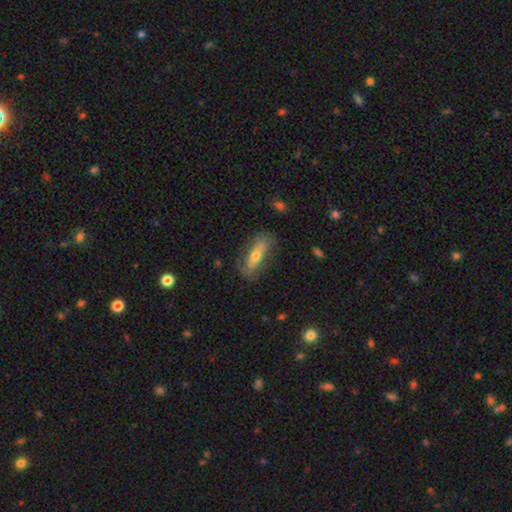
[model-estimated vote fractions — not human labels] smooth_or_featured: smooth (p=0.48) [alt: featured or disk p=0.46]
merging: none (p=0.73) [alt: minor disturbance p=0.18]